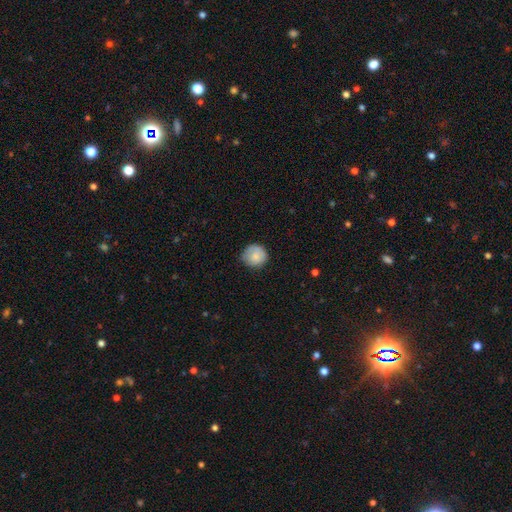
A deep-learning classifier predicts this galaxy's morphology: smooth-or-featured: smooth: 84% | featured or disk: 8% | star or artifact: 8%
  how-rounded: round: 92% | in between: 7% | cigar-shaped: 1%
  merging: none: 72% | minor disturbance: 22% | major disturbance: 4% | merger: 1%